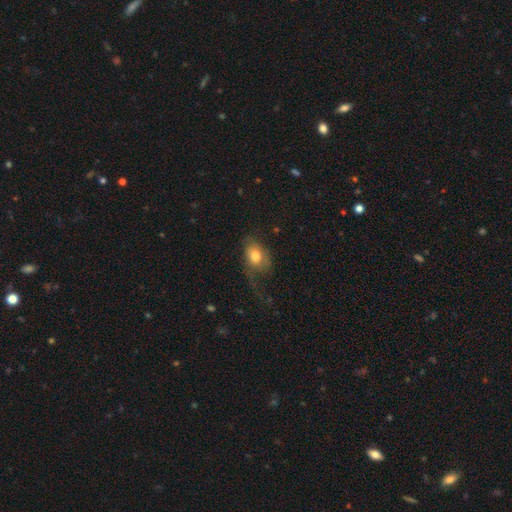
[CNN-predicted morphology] smooth_or_featured: smooth (p=0.68) [alt: featured or disk p=0.25]
how_rounded: in between (p=0.75) [alt: round p=0.23]
merging: major disturbance (p=0.43) [alt: none p=0.33]